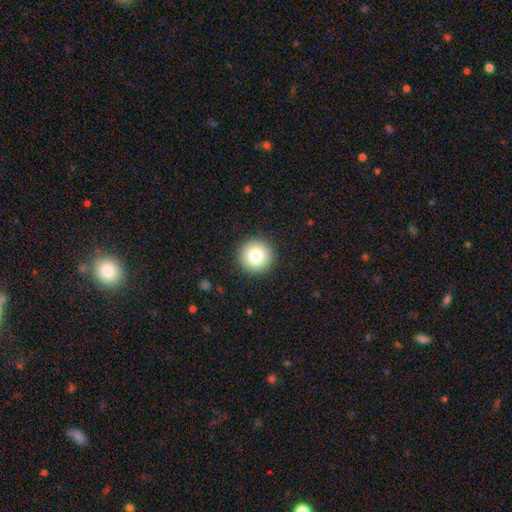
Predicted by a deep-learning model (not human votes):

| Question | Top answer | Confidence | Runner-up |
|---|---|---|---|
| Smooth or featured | smooth | 81% | star or artifact (10%) |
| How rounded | round | 96% | in between (3%) |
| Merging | none | 93% | minor disturbance (5%) |